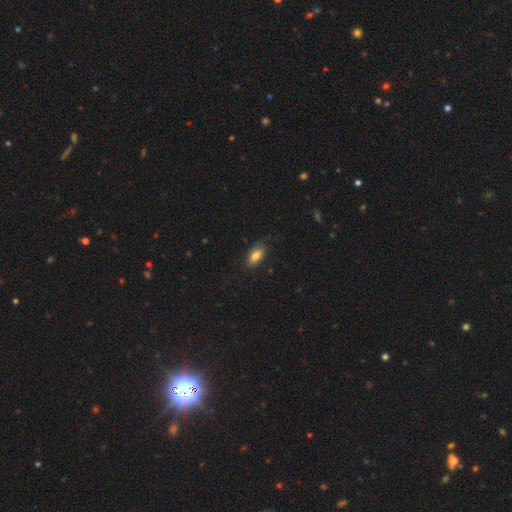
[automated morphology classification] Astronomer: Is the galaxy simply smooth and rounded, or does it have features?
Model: smooth — 78%.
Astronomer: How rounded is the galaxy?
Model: in between — 87%.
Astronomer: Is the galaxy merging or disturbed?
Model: none — 76%.